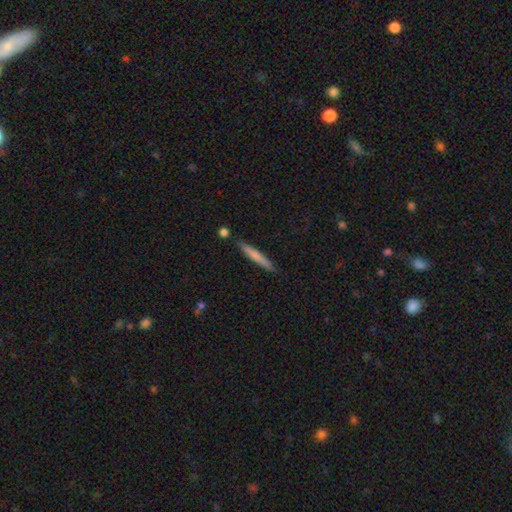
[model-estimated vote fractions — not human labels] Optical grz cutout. It shows a smooth galaxy with no disk features (69%) that is cigar-shaped (96%). Merging: none (88%).